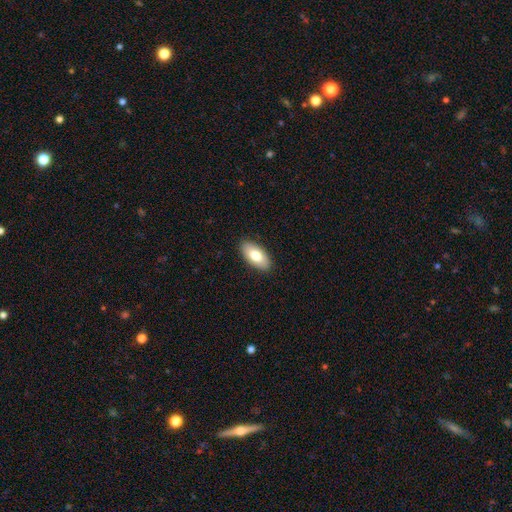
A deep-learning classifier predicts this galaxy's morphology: smooth_or_featured: smooth (p=0.79) [alt: featured or disk p=0.15]
how_rounded: in between (p=0.92) [alt: cigar-shaped p=0.06]
merging: none (p=0.89) [alt: minor disturbance p=0.08]